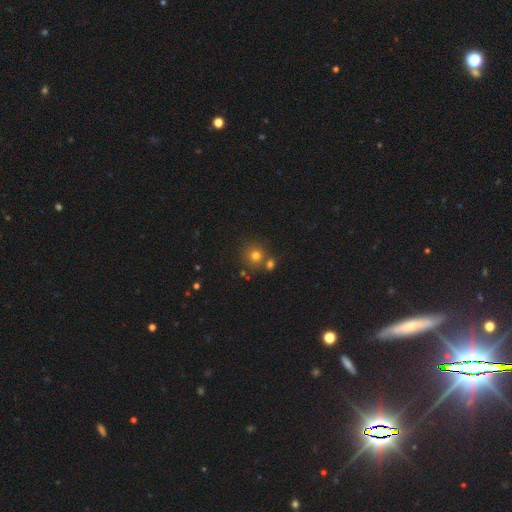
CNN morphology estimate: Overall: smooth (74%). How rounded: round (91%). Merging: none (69%).